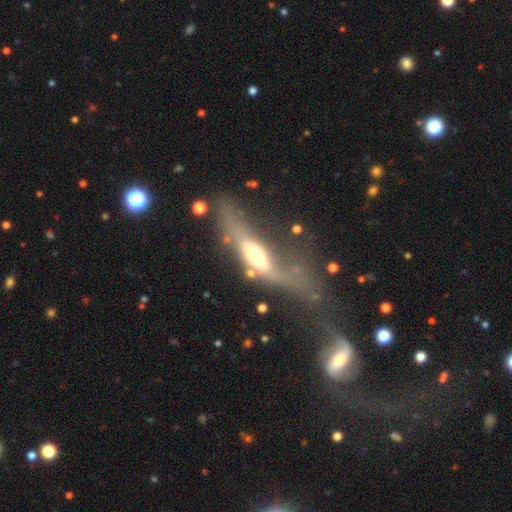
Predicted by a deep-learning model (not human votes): Q: Smooth or featured?
A: featured or disk (55%); runner-up: smooth (37%)
Q: Edge-on disk?
A: yes (57%); runner-up: no (43%)
Q: Merging?
A: major disturbance (36%); runner-up: none (33%)